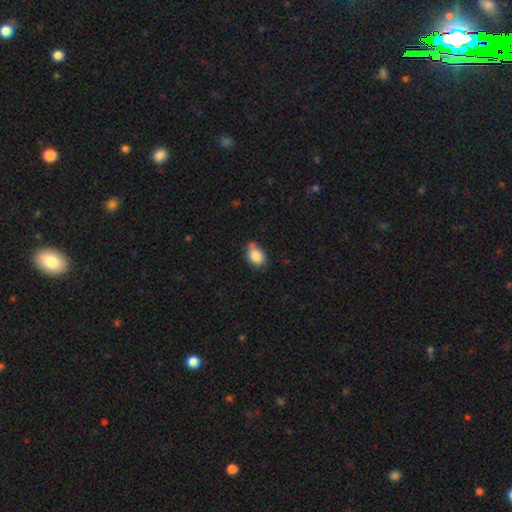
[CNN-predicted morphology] Smooth or featured? Predicted: smooth (p=0.84). How rounded? Predicted: in between (p=0.74). Merging? Predicted: none (p=0.55).